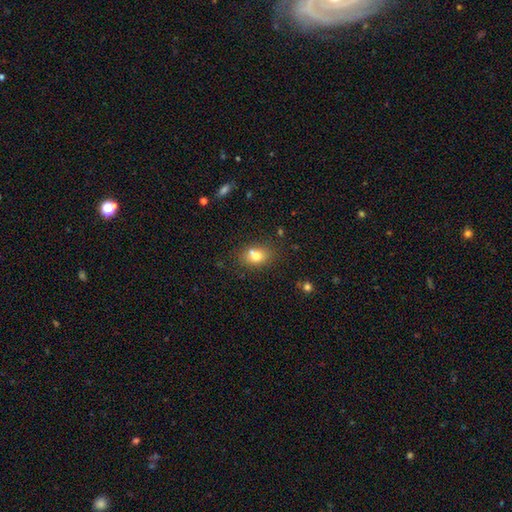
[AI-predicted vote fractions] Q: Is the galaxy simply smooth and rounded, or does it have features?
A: smooth — 73%.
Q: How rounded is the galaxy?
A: in between — 61%.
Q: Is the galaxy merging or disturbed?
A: none — 59%.